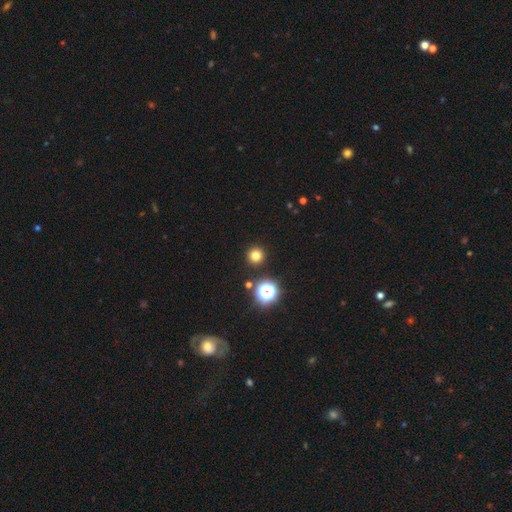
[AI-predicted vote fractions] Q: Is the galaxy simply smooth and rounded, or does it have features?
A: smooth — 77%.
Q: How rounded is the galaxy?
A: round — 96%.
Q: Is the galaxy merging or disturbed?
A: none — 92%.